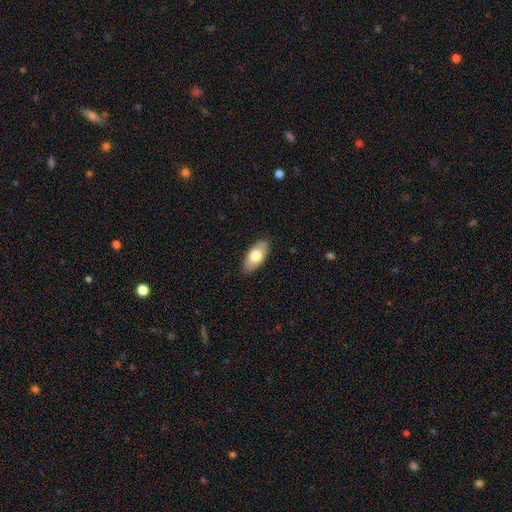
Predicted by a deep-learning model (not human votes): A smooth galaxy with no disk features (73%) that is in between round and cigar-shaped (90%).

Vote fractions:
- Smooth or featured? smooth: 73% / featured or disk: 22% / star or artifact: 6%
- How rounded? in between: 90% / cigar-shaped: 7% / round: 3%
- Merging? none: 87% / minor disturbance: 9% / major disturbance: 2% / merger: 1%